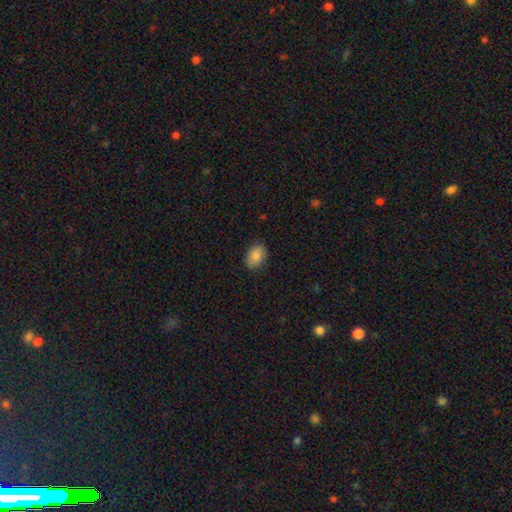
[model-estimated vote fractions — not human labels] A smooth galaxy with no disk features (86%) that is in between round and cigar-shaped (77%).

Vote fractions:
- Smooth or featured? smooth: 86% / star or artifact: 7% / featured or disk: 7%
- How rounded? in between: 77% / round: 22% / cigar-shaped: 1%
- Merging? none: 87% / minor disturbance: 10% / major disturbance: 2% / merger: 1%